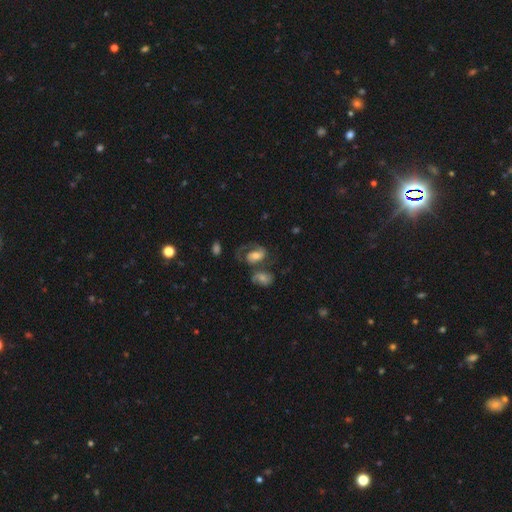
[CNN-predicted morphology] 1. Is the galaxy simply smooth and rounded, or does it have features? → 62% featured or disk, 30% smooth, 8% star or artifact.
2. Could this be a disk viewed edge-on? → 96% no, 4% yes.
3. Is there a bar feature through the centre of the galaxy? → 51% no, 34% weak, 15% strong.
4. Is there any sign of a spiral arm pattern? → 82% yes, 18% no.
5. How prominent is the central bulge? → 57% moderate, 22% small, 15% large, 3% none, 2% dominant.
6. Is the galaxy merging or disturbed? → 34% none, 30% merger, 22% major disturbance, 15% minor disturbance.